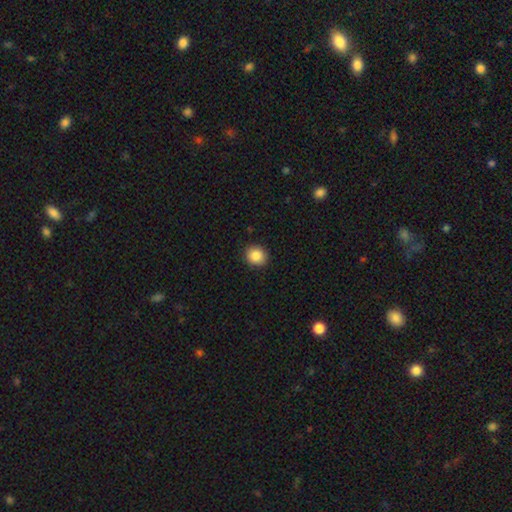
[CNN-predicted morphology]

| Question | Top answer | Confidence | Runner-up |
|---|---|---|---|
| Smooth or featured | smooth | 87% | star or artifact (9%) |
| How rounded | round | 80% | in between (19%) |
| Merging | none | 90% | minor disturbance (7%) |